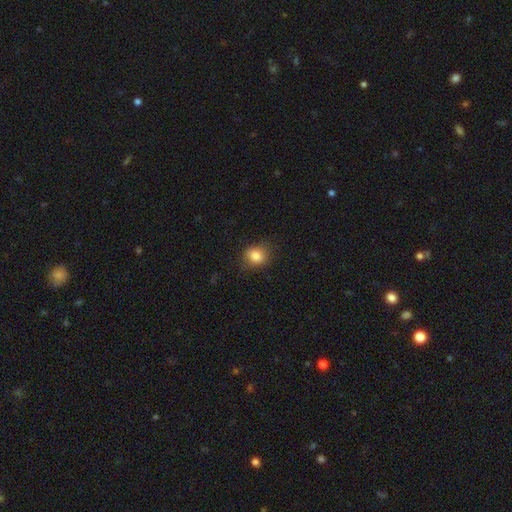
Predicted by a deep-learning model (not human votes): Smooth or featured? Predicted: smooth (p=0.84). How rounded? Predicted: round (p=0.60). Merging? Predicted: none (p=0.76).